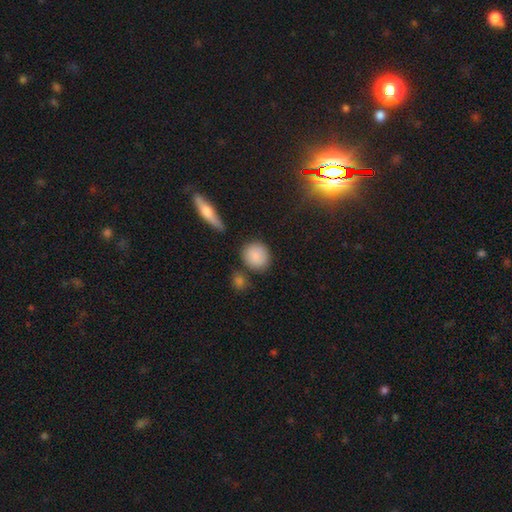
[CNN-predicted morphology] A smooth galaxy with no disk features (85%) that is round (83%).

Vote fractions:
- Smooth or featured? smooth: 85% / star or artifact: 8% / featured or disk: 7%
- How rounded? round: 83% / in between: 15% / cigar-shaped: 2%
- Merging? none: 77% / minor disturbance: 11% / merger: 8% / major disturbance: 4%